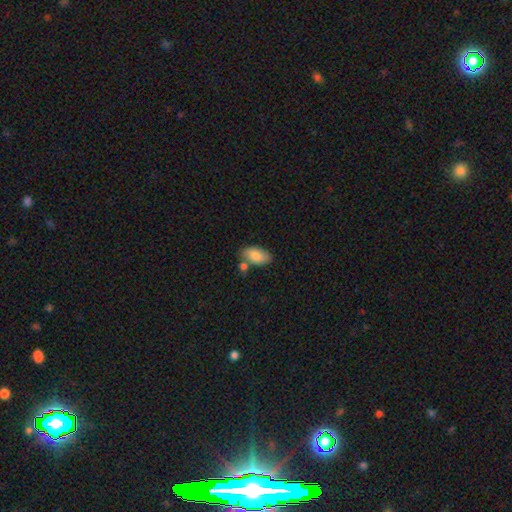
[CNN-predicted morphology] Q: Smooth or featured?
A: smooth (83%); runner-up: featured or disk (10%)
Q: How rounded?
A: in between (94%); runner-up: round (4%)
Q: Merging?
A: none (64%); runner-up: merger (17%)